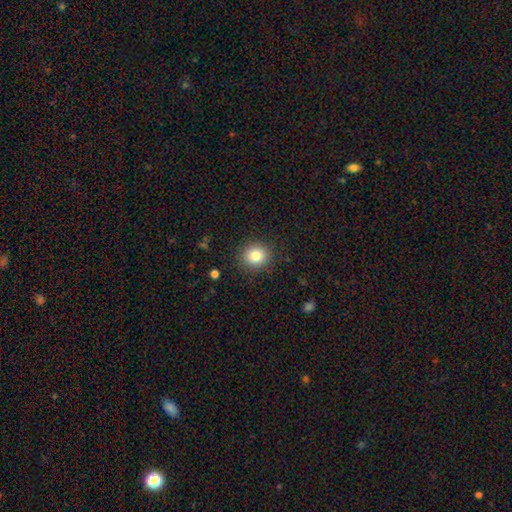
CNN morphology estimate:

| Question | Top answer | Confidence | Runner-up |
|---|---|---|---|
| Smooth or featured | smooth | 82% | star or artifact (11%) |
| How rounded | round | 84% | in between (16%) |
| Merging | none | 89% | minor disturbance (7%) |